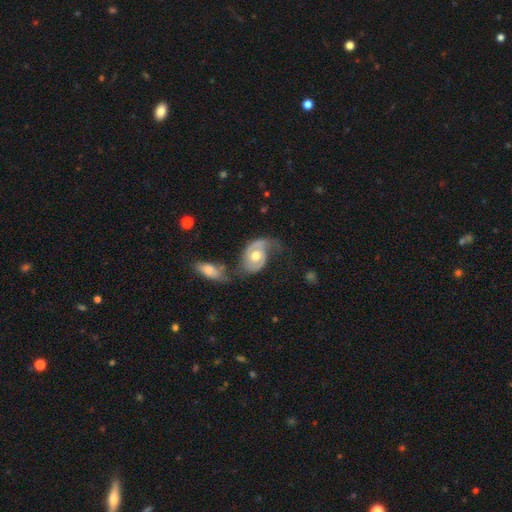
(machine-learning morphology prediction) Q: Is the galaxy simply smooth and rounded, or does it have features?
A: featured or disk — 76%.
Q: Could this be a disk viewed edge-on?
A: no — 96%.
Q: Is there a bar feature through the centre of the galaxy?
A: no — 71%.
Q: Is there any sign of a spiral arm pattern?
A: yes — 87%.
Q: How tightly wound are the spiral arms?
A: medium — 41%.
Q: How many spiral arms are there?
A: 2 — 67%.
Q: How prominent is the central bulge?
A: moderate — 75%.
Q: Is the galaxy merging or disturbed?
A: none — 35%.